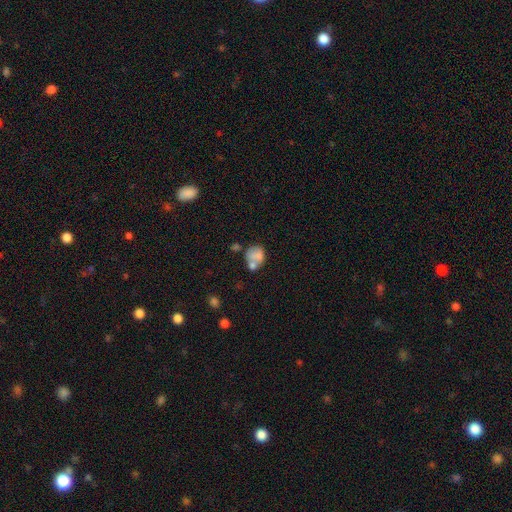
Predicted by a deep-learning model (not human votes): smooth_or_featured: smooth (p=0.70) [alt: featured or disk p=0.20]
how_rounded: round (p=0.57) [alt: in between p=0.42]
merging: merger (p=0.37) [alt: none p=0.36]